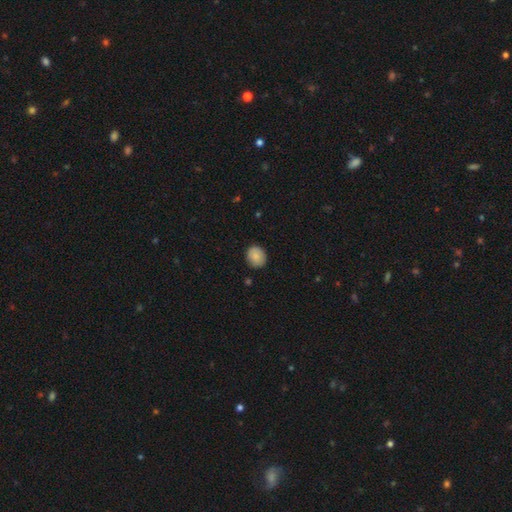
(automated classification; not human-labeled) Smooth or featured? Predicted: smooth (p=0.87). How rounded? Predicted: round (p=0.72). Merging? Predicted: none (p=0.86).